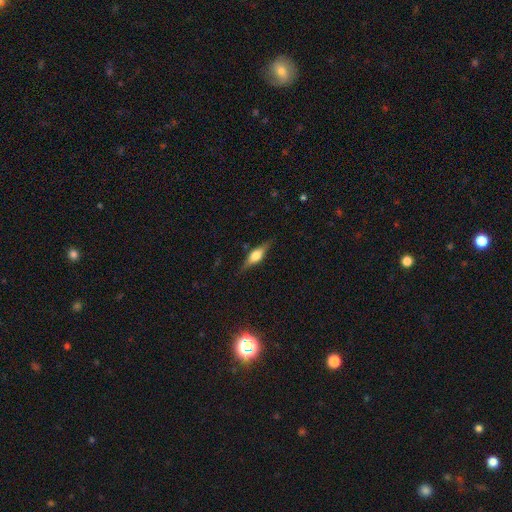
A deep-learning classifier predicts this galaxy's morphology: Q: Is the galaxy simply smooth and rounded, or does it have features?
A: featured or disk — 62%.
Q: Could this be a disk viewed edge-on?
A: yes — 95%.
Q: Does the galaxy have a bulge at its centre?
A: rounded — 89%.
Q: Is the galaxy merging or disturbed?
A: none — 84%.